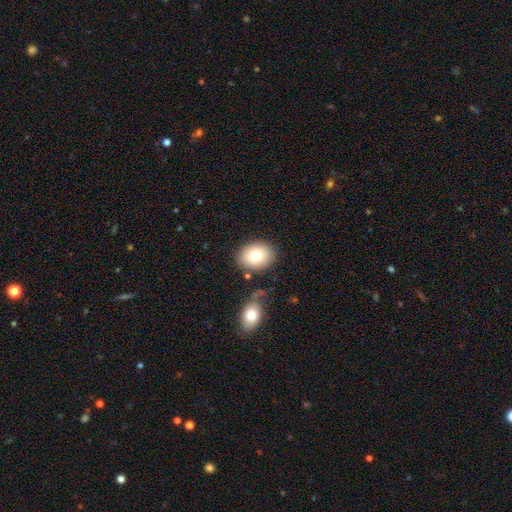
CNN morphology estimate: Smooth or featured? Predicted: smooth (p=0.78). How rounded? Predicted: in between (p=0.59). Merging? Predicted: none (p=0.78).